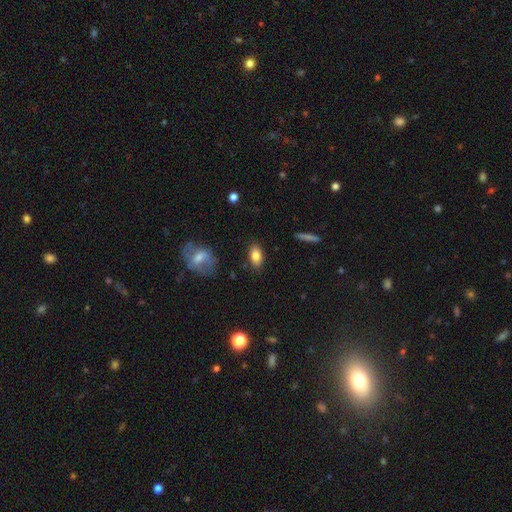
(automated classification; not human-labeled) smooth 83%, featured or disk 9%, star or artifact 8%. Down the decision tree: how rounded — in between (90%); merging — none (85%).